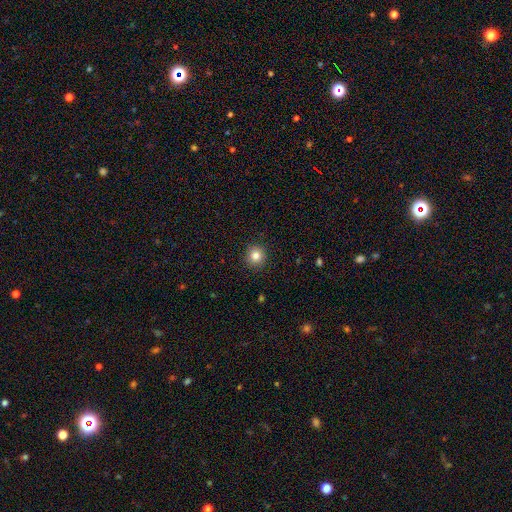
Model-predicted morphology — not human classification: A smooth galaxy with no disk features (83%) that is round (94%). Merging: none (92%).